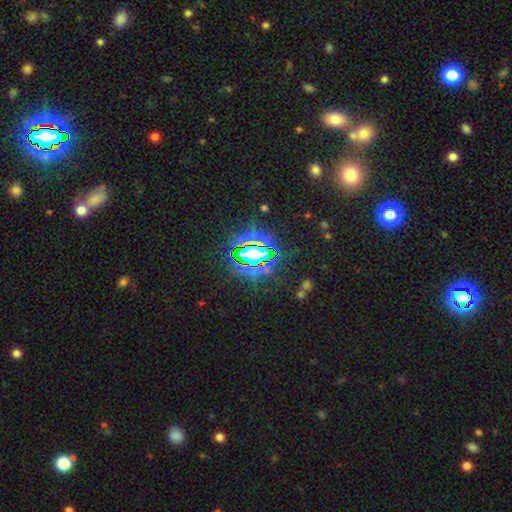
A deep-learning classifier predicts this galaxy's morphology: Overall: star or artifact (81%).